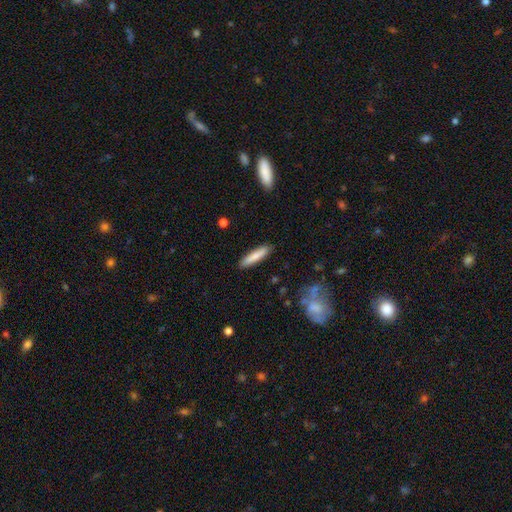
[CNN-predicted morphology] A smooth galaxy with no disk features (80%) that is cigar-shaped (85%). Merging: none (89%).